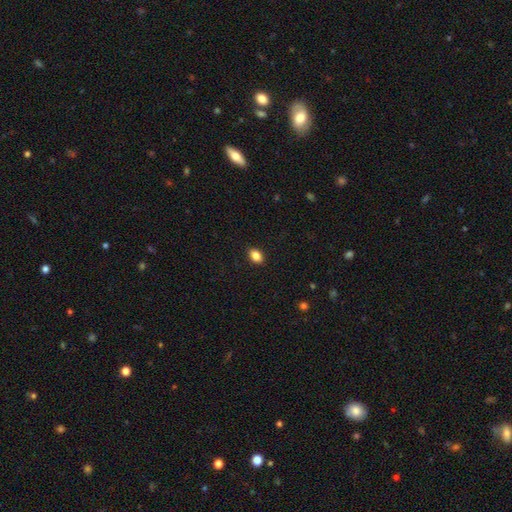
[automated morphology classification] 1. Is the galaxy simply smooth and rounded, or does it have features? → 84% smooth, 9% star or artifact, 6% featured or disk.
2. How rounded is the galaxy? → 82% in between, 16% round, 2% cigar-shaped.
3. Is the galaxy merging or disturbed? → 89% none, 8% minor disturbance, 2% major disturbance, 1% merger.